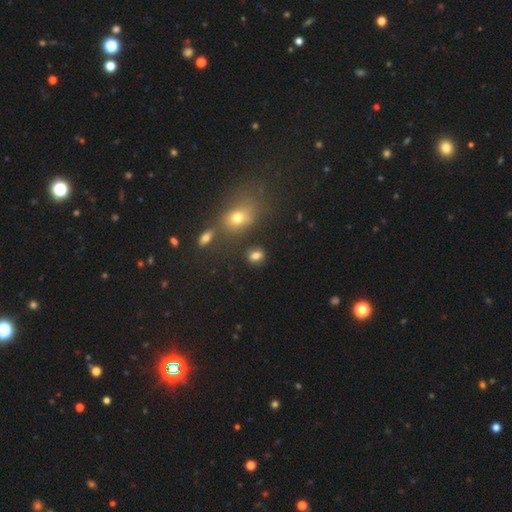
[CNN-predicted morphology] Overall: smooth (78%). How rounded: round (52%; in between 46%). Merging: none (76%).